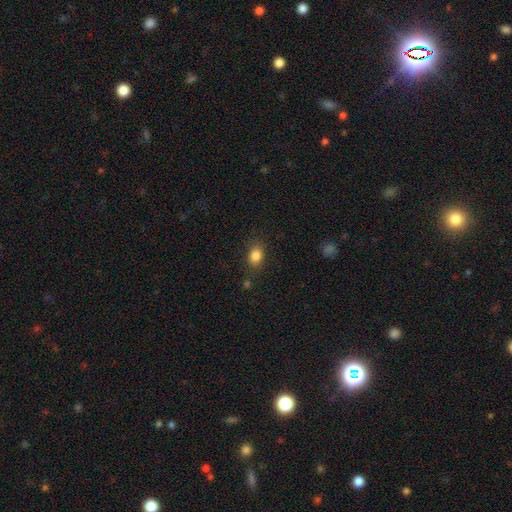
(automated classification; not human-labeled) Smooth or featured: smooth — 84% (star or artifact — 10%)
How rounded: in between — 71% (round — 28%)
Merging: none — 81% (minor disturbance — 12%)